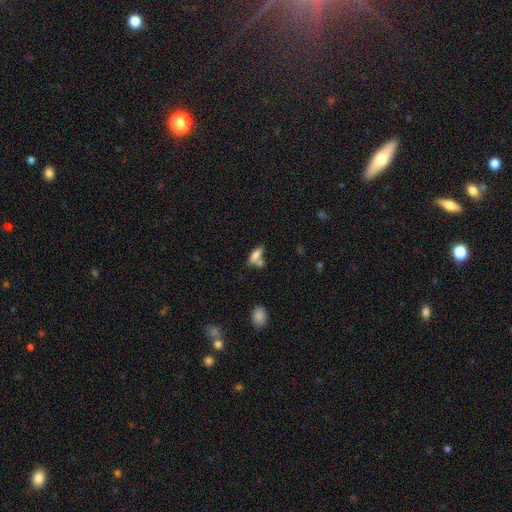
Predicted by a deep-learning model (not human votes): smooth-or-featured: smooth: 73% | featured or disk: 16% | star or artifact: 10%
  how-rounded: in between: 74% | cigar-shaped: 22% | round: 4%
  merging: merger: 42% | none: 34% | minor disturbance: 15% | major disturbance: 9%